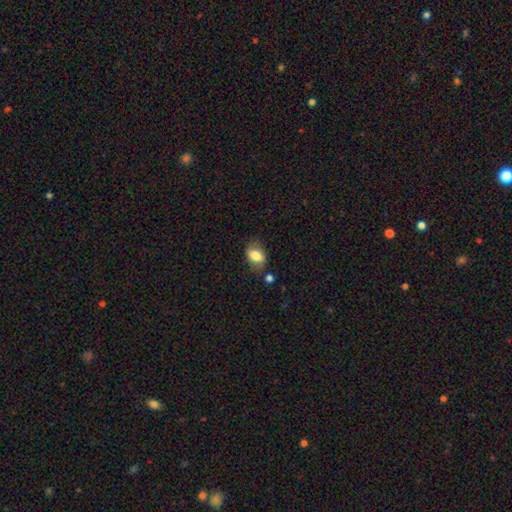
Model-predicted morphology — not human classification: Smooth or featured? Predicted: smooth (p=0.79). How rounded? Predicted: in between (p=0.80). Merging? Predicted: none (p=0.70).